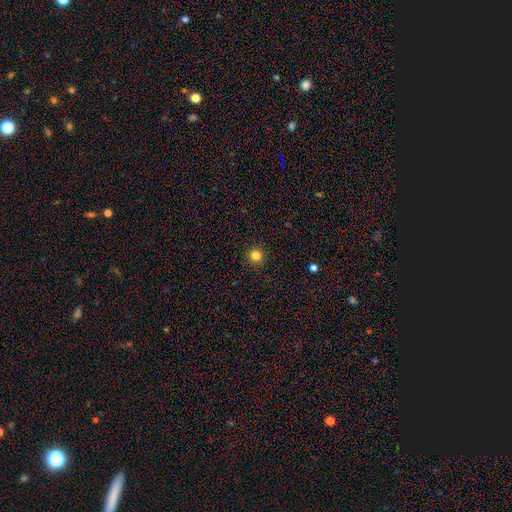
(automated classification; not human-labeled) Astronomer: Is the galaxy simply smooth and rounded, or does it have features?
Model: smooth — 82%.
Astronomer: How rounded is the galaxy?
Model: round — 96%.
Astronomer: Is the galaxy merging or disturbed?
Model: none — 93%.